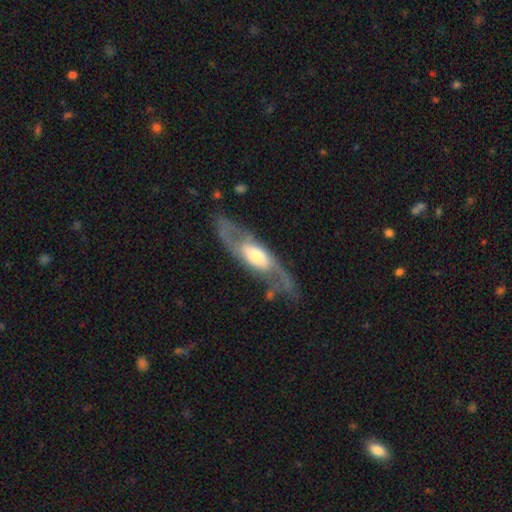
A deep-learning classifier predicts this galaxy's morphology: Q: Smooth or featured?
A: featured or disk (78%); runner-up: smooth (17%)
Q: Edge-on disk?
A: no (82%); runner-up: yes (18%)
Q: Bar?
A: no (56%); runner-up: weak (29%)
Q: Spiral arms?
A: yes (82%); runner-up: no (18%)
Q: Spiral winding?
A: loose (44%); runner-up: medium (40%)
Q: Spiral arm count?
A: 2 (84%); runner-up: can't tell (8%)
Q: Bulge size?
A: moderate (54%); runner-up: large (22%)
Q: Merging?
A: none (62%); runner-up: minor disturbance (18%)